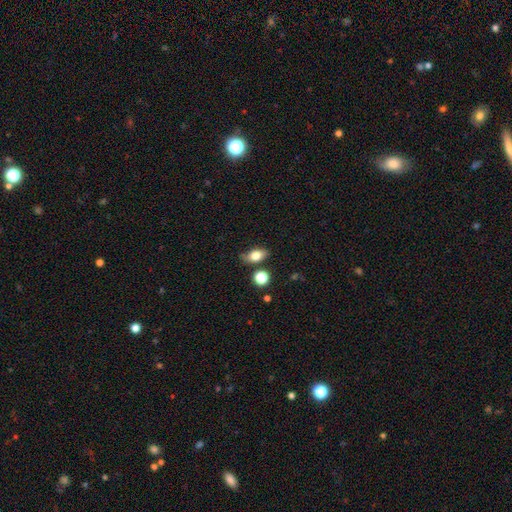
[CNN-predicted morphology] A smooth galaxy with no disk features (77%) that is in between round and cigar-shaped (81%). Merging: none (74%).